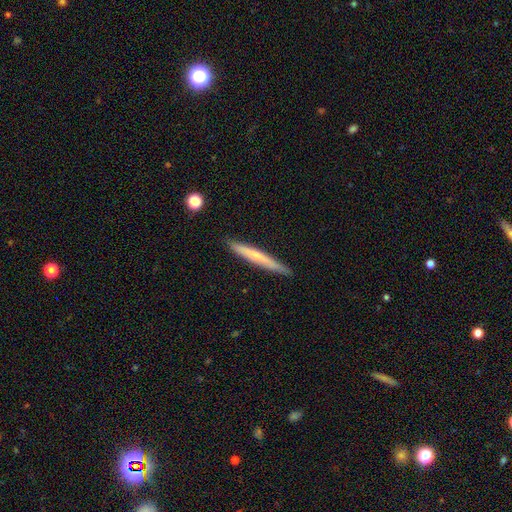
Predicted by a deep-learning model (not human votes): The model was most divided on "smooth or featured": smooth: 51%, featured or disk: 43%, star or artifact: 6%. More confident: how rounded — cigar-shaped (96%); merging — none (89%).